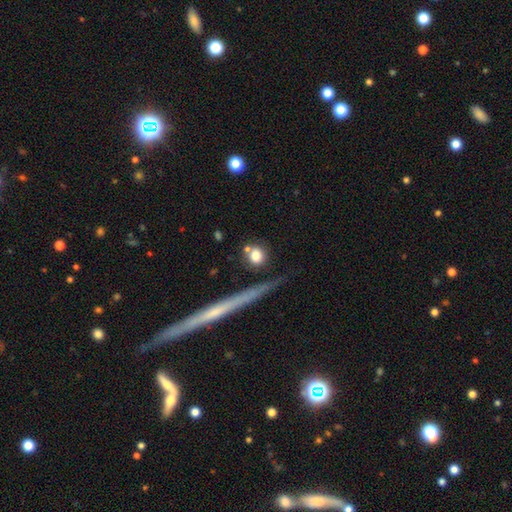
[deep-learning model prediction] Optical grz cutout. It shows a smooth galaxy with no disk features (77%) that is round (82%). Merging: none (73%).